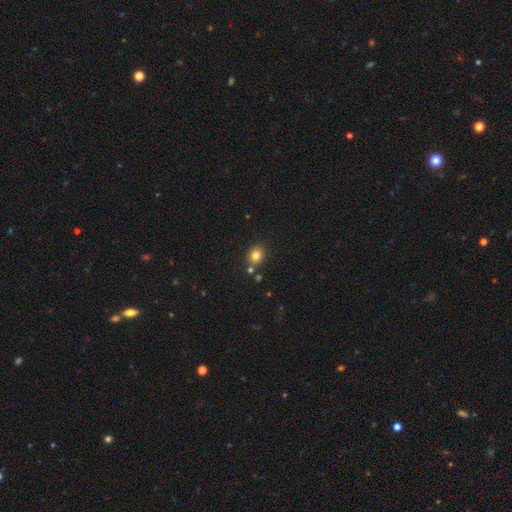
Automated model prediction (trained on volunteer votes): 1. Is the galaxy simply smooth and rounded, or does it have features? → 81% smooth, 12% star or artifact, 7% featured or disk.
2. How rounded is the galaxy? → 68% round, 31% in between, 1% cigar-shaped.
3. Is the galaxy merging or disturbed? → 77% none, 10% merger, 10% minor disturbance, 3% major disturbance.